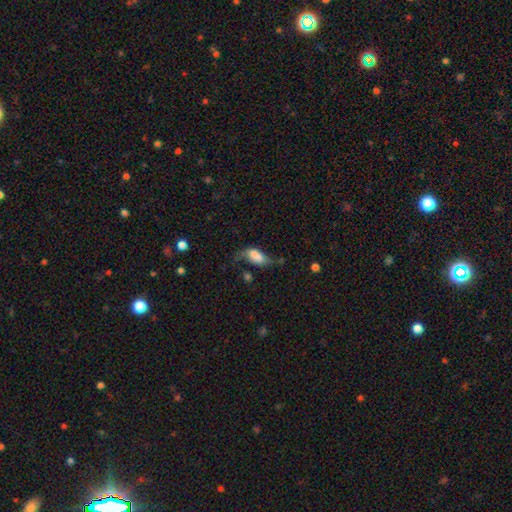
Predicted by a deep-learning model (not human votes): smooth_or_featured: smooth (p=0.64) [alt: featured or disk p=0.26]
how_rounded: in between (p=0.86) [alt: cigar-shaped p=0.10]
merging: major disturbance (p=0.32) [tied with: none p=0.32]